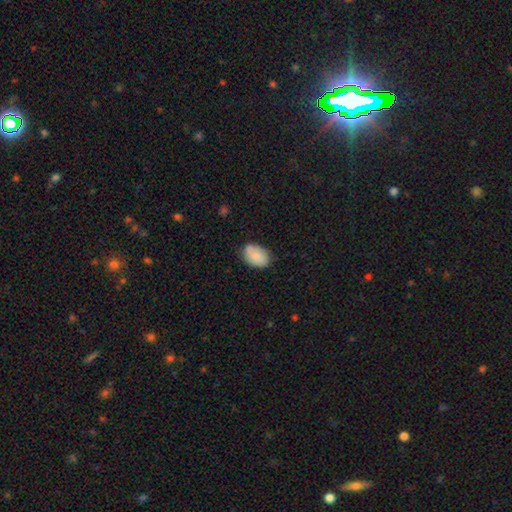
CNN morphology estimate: Overall: smooth (81%). How rounded: in between (87%). Merging: none (73%).